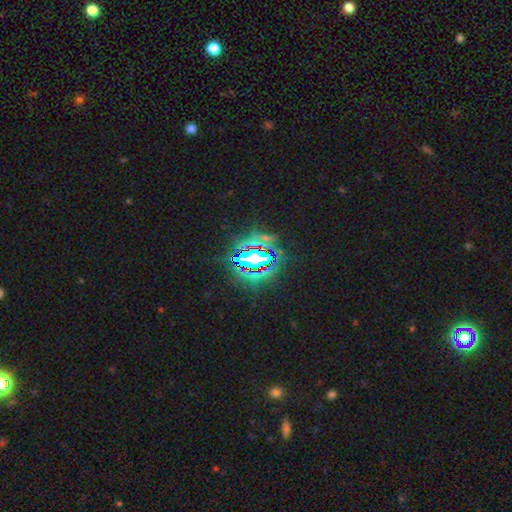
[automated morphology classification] Overall: star or artifact (75%).